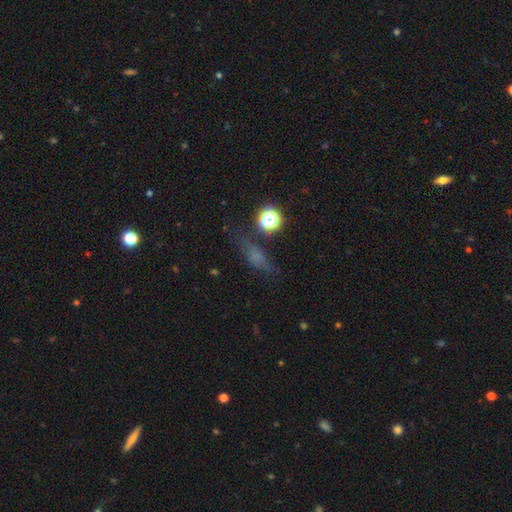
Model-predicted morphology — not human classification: smooth-or-featured: smooth: 47% | star or artifact: 29% | featured or disk: 25%
  merging: none: 64% | minor disturbance: 20% | major disturbance: 12% | merger: 5%